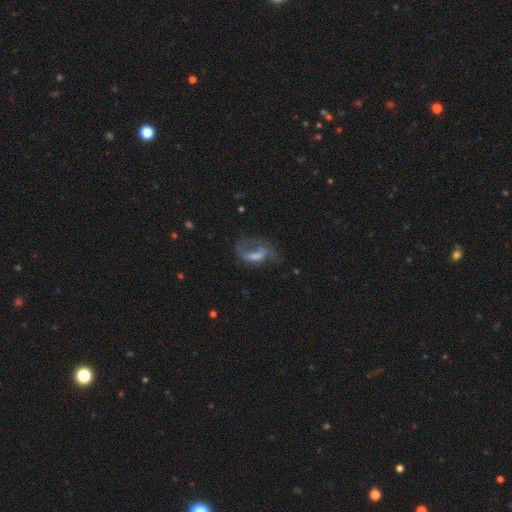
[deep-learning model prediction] Smooth or featured: featured or disk — 55% (smooth — 31%)
Edge-on disk: no — 92% (yes — 8%)
Bar: no — 44% (weak — 37%)
Spiral arms: yes — 53% (no — 47%)
Bulge size: none — 31% (moderate — 30%)
Merging: major disturbance — 42% (none — 34%)